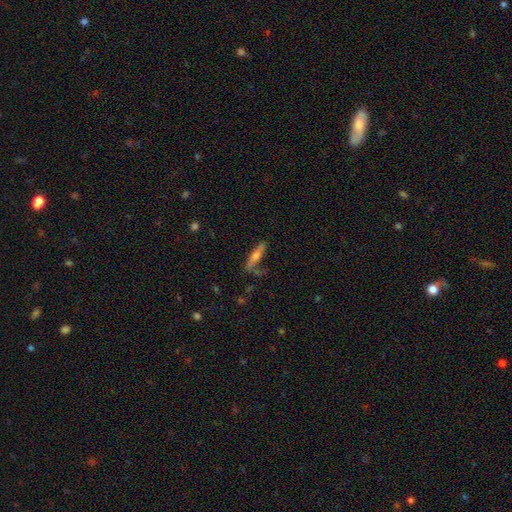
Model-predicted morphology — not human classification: Smooth or featured?
  - featured or disk: 50% *
  - smooth: 43%
  - star or artifact: 7%
Merging?
  - none: 62% *
  - minor disturbance: 23%
  - major disturbance: 10%
  - merger: 5%